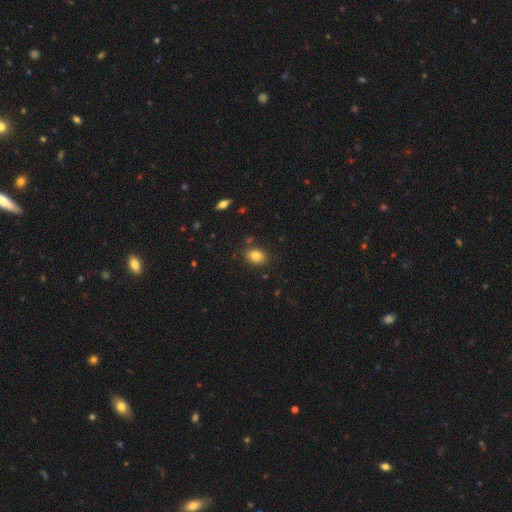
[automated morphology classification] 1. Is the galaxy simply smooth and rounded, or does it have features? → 82% smooth, 10% star or artifact, 8% featured or disk.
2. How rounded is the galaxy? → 73% in between, 25% round, 1% cigar-shaped.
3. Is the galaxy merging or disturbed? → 84% none, 10% minor disturbance, 3% merger, 3% major disturbance.